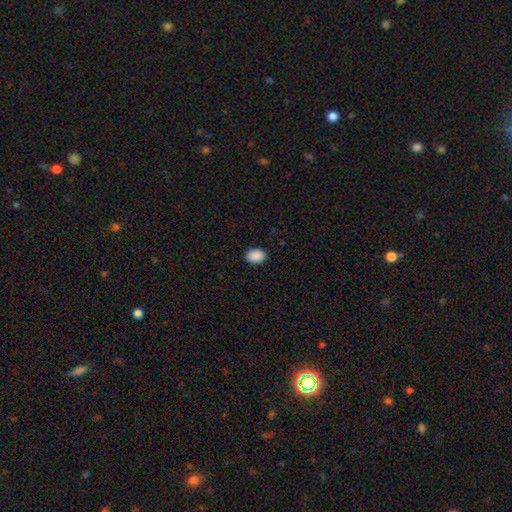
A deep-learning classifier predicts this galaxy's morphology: This is clearly a smooth galaxy (90%). How rounded: likely in between (80%). Merging: clearly none (90%).